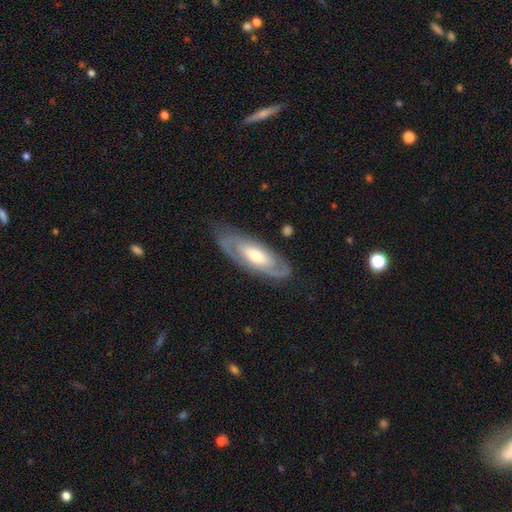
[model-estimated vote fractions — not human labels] The model was most divided on "spiral winding": tight: 59%, medium: 31%, loose: 10%. More confident: edge-on disk — no (86%); spiral arms — yes (81%); merging — none (77%); smooth or featured — featured or disk (76%); spiral arm count — 2 (64%); bulge size — moderate (63%); bar — no (61%).